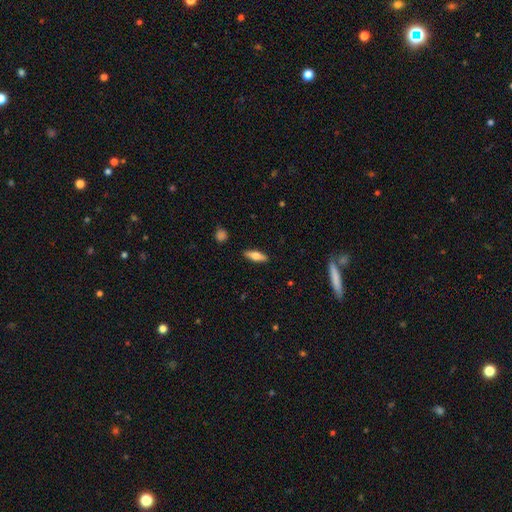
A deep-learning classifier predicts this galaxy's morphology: Smooth or featured? smooth (59%)
How rounded? in between (51%)
Merging? none (88%)